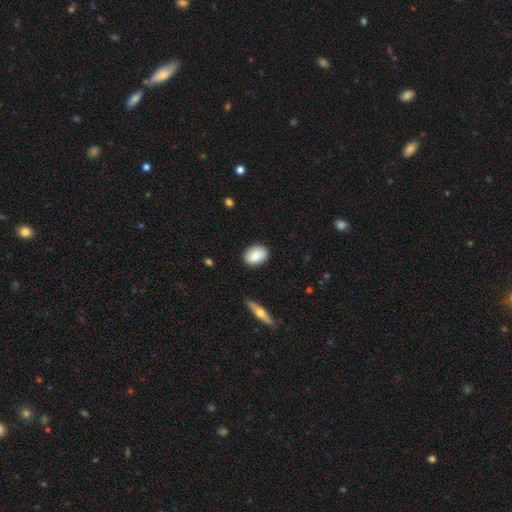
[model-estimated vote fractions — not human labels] The model was most divided on "how rounded": in between: 77%, round: 21%, cigar-shaped: 2%. More confident: merging — none (86%); smooth or featured — smooth (80%).